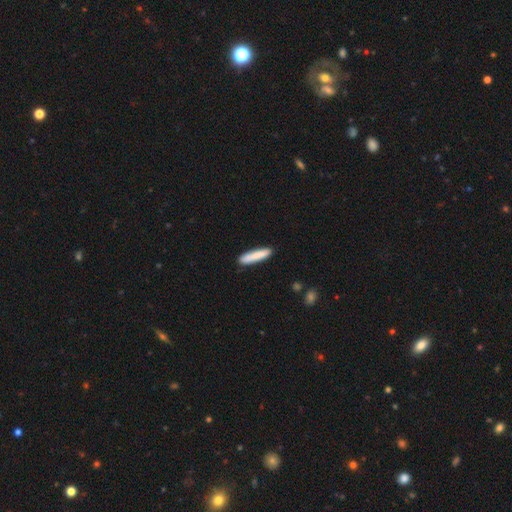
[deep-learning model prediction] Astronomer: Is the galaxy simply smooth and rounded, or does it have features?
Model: smooth — 84%.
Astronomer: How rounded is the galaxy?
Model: cigar-shaped — 89%.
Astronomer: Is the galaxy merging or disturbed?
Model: none — 89%.